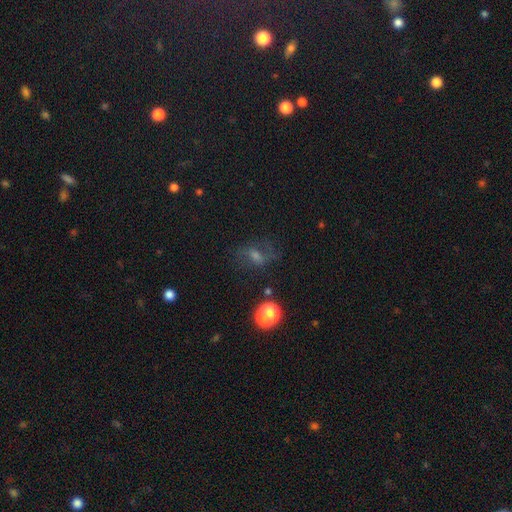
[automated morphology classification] Smooth or featured? featured or disk (44%)
Merging? none (65%)